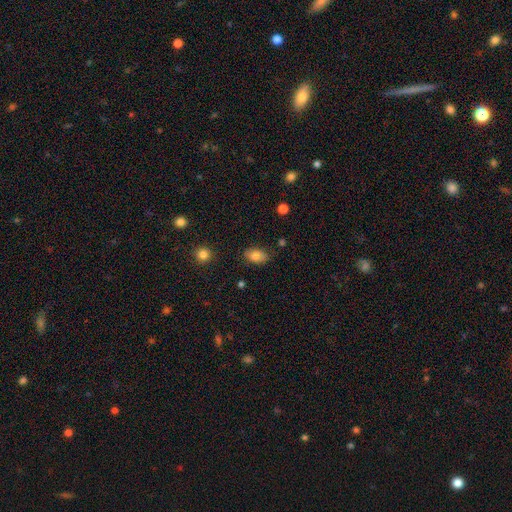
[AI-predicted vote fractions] Smooth or featured? smooth (81%)
How rounded? in between (89%)
Merging? none (80%)